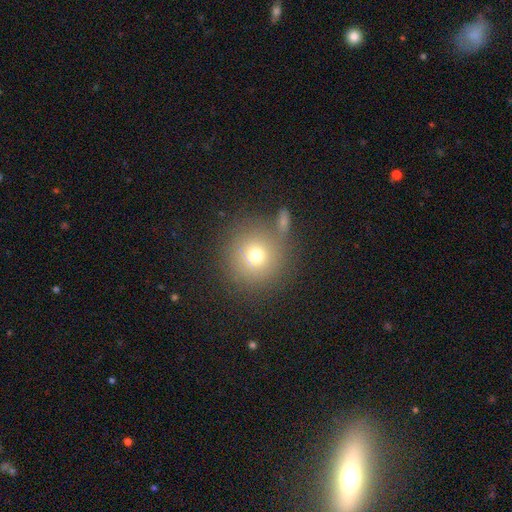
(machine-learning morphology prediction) Overall: smooth (71%). How rounded: round (94%). Merging: none (76%).